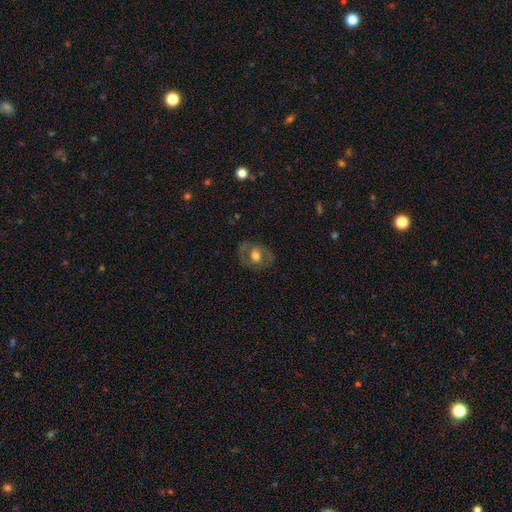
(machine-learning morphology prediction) Smooth or featured: featured or disk — 48% (smooth — 43%)
Merging: none — 76% (minor disturbance — 15%)